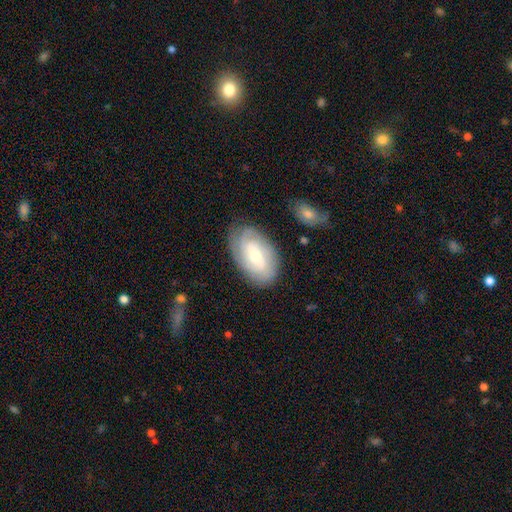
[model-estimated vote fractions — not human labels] A featured or disk galaxy (67%) with a weak bar (47%), tight (60%) spiral arms (86%) and a small central bulge (50%).

Vote fractions:
- Smooth or featured? featured or disk: 67% / smooth: 27% / star or artifact: 6%
- Edge-on disk? no: 94% / yes: 6%
- Bar? weak: 47% / no: 32% / strong: 21%
- Spiral arms? yes: 86% / no: 14%
- Spiral winding? tight: 60% / medium: 29% / loose: 11%
- Spiral arm count? can't tell: 42% / 2: 28% / 3: 15% / 4: 7% / 1: 5% / more than 4: 3%
- Bulge size? small: 50% / moderate: 45% / large: 3% / none: 1% / dominant: 1%
- Merging? none: 79% / minor disturbance: 15% / major disturbance: 4% / merger: 2%